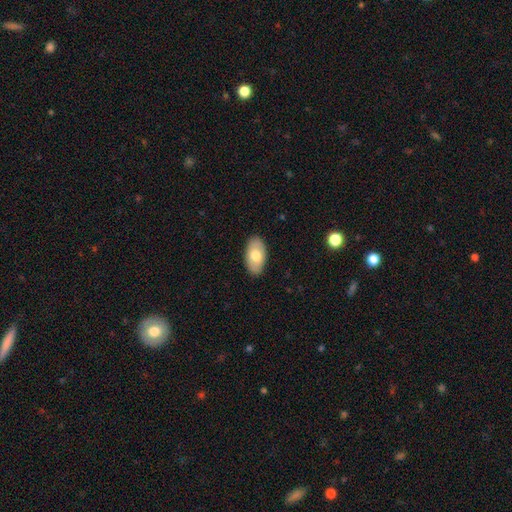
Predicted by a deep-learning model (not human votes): smooth_or_featured: smooth (p=0.72) [alt: featured or disk p=0.23]
how_rounded: in between (p=0.95) [alt: round p=0.03]
merging: none (p=0.88) [alt: minor disturbance p=0.09]